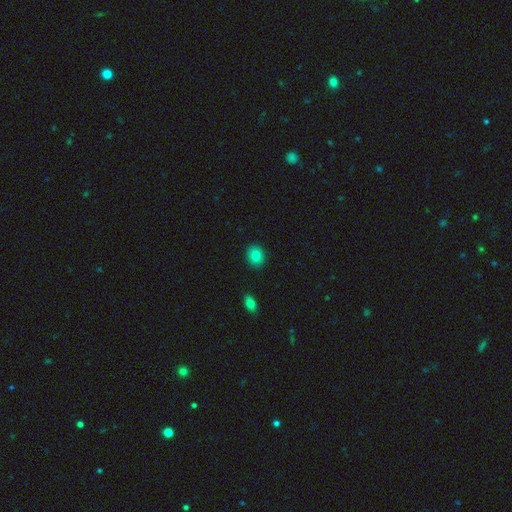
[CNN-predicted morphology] The model was most divided on "how rounded": round: 67%, in between: 32%, cigar-shaped: 1%. More confident: merging — none (90%); smooth or featured — smooth (84%).